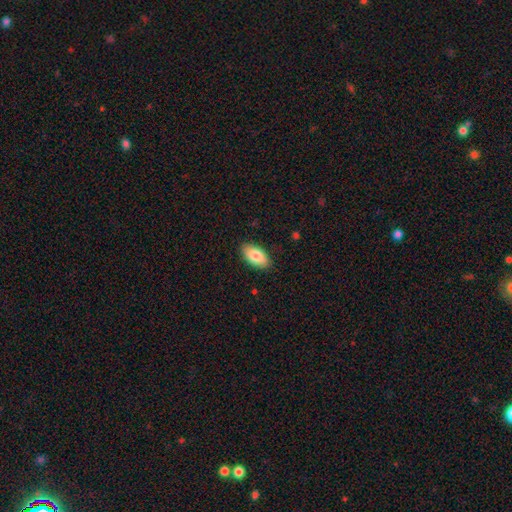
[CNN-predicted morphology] This appears to be a smooth galaxy with no disk features (82%) that is in between round and cigar-shaped (94%). Merging: none (88%).